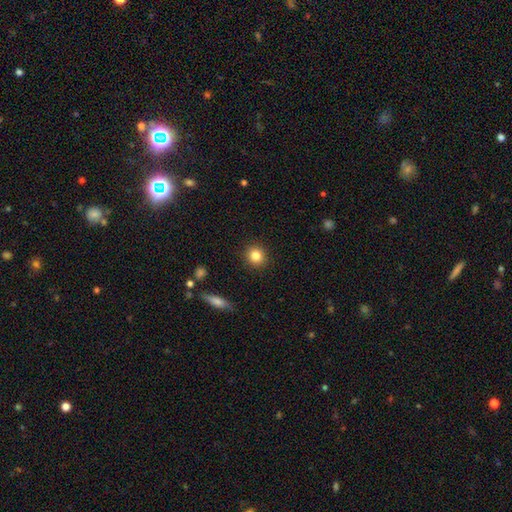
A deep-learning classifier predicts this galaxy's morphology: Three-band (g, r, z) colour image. It shows a smooth galaxy with no disk features (84%) that is round (89%). Merging: none (91%).